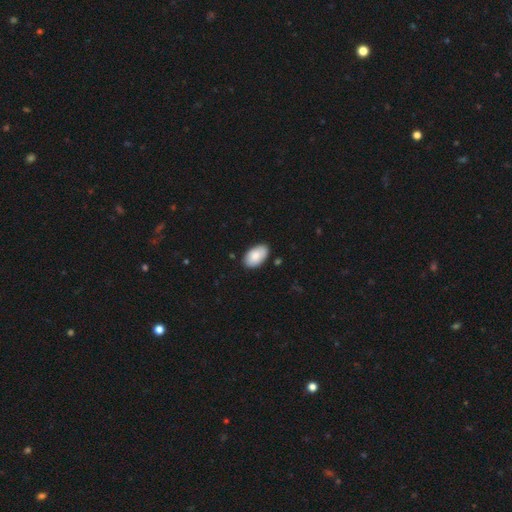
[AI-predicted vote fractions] Smooth or featured? smooth (84%)
How rounded? in between (94%)
Merging? none (83%)